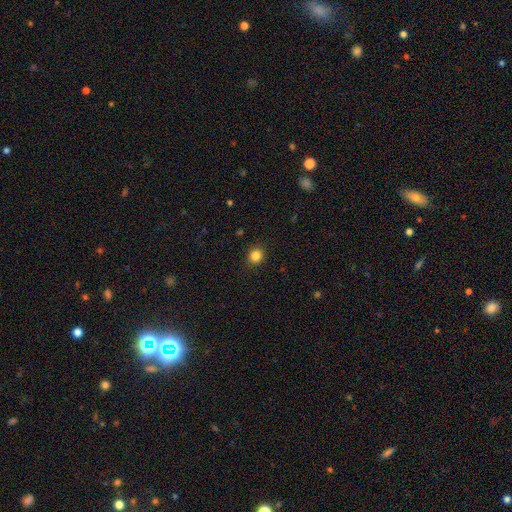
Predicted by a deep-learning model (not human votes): Q: Smooth or featured?
A: smooth (85%); runner-up: star or artifact (11%)
Q: How rounded?
A: round (83%); runner-up: in between (16%)
Q: Merging?
A: none (91%); runner-up: minor disturbance (6%)